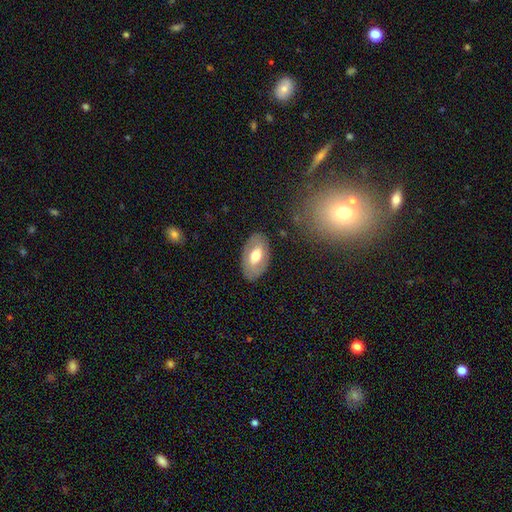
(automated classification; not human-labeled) The model was most divided on "smooth or featured": smooth: 52%, featured or disk: 42%, star or artifact: 6%. More confident: how rounded — in between (93%); merging — none (83%).